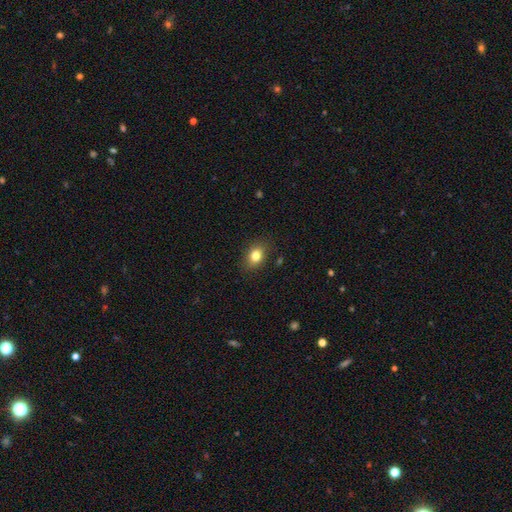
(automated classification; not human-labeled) This is clearly a smooth galaxy (81%). How rounded: likely in between (70%). Merging: clearly none (85%).